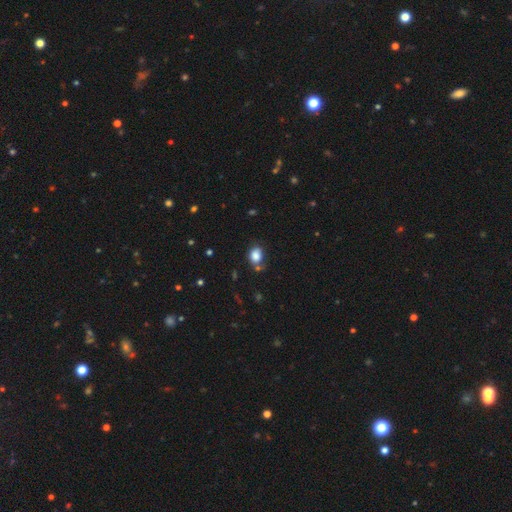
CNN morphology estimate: This is clearly a smooth galaxy (84%). How rounded: likely in between (60%). Merging: likely none (65%).